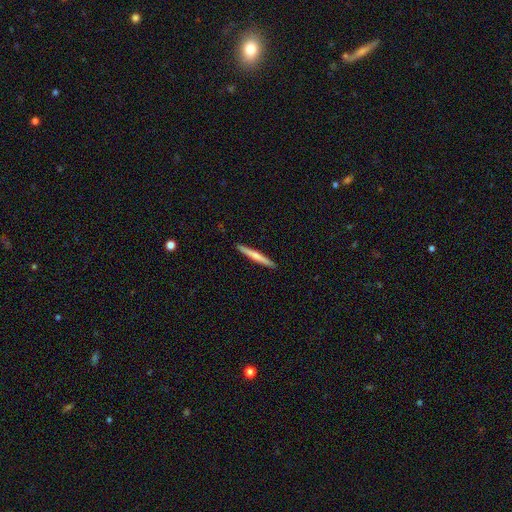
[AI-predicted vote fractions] Smooth or featured? smooth (58%)
How rounded? cigar-shaped (96%)
Merging? none (92%)